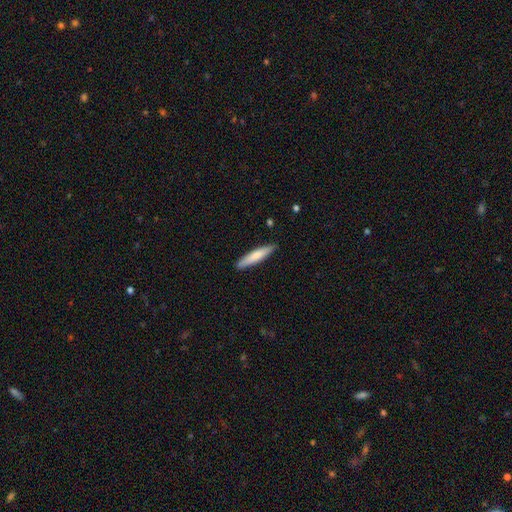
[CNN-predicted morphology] smooth-or-featured: smooth: 73% | featured or disk: 22% | star or artifact: 5%
  how-rounded: cigar-shaped: 89% | in between: 10% | round: 1%
  merging: none: 90% | minor disturbance: 8% | major disturbance: 1% | merger: 1%